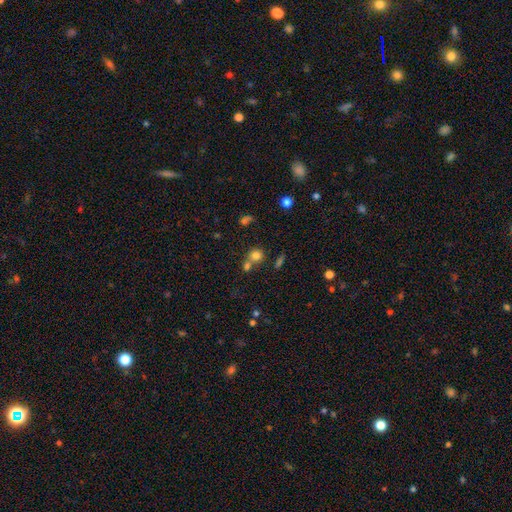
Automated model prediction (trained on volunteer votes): Smooth or featured? Predicted: smooth (p=0.75). How rounded? Predicted: round (p=0.85). Merging? Predicted: none (p=0.49).